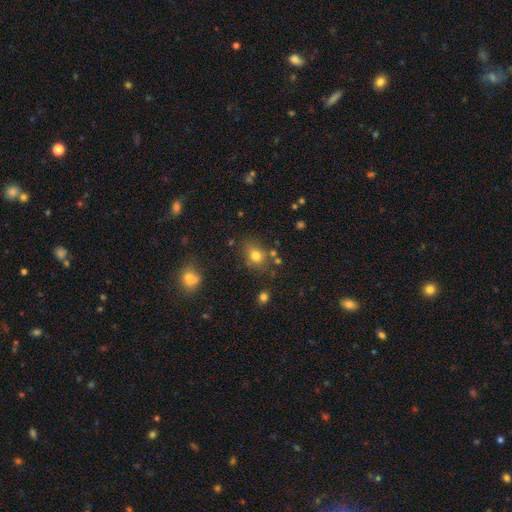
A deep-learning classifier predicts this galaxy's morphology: This is likely a smooth galaxy (75%). How rounded: possibly round (59%). Merging: likely none (70%).